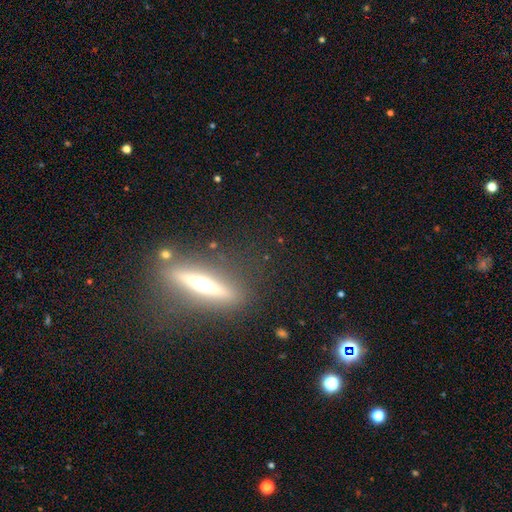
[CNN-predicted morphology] Smooth or featured? Predicted: featured or disk (p=0.67). Edge-on disk? Predicted: yes (p=0.92). Edge-on bulge? Predicted: rounded (p=0.86). Merging? Predicted: none (p=0.82).